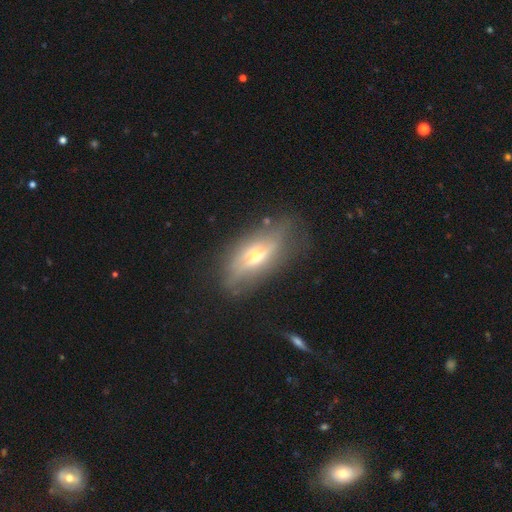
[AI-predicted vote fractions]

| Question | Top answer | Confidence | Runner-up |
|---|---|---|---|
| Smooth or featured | featured or disk | 64% | smooth (29%) |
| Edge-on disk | yes | 71% | no (29%) |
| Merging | none | 71% | minor disturbance (19%) |